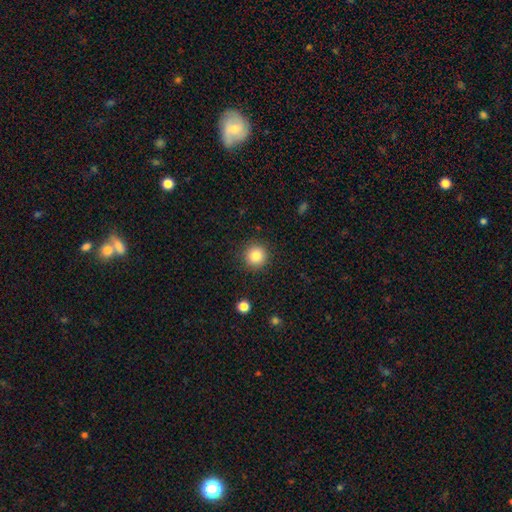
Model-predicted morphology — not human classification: smooth 83%, star or artifact 11%, featured or disk 6%. Down the decision tree: how rounded — round (94%); merging — none (91%).